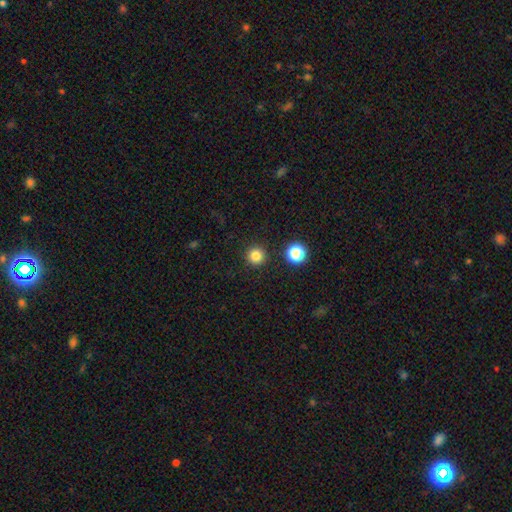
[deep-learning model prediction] smooth-or-featured: smooth: 82% | star or artifact: 14% | featured or disk: 5%
  how-rounded: round: 96% | in between: 3% | cigar-shaped: 1%
  merging: none: 92% | minor disturbance: 4% | merger: 2% | major disturbance: 2%